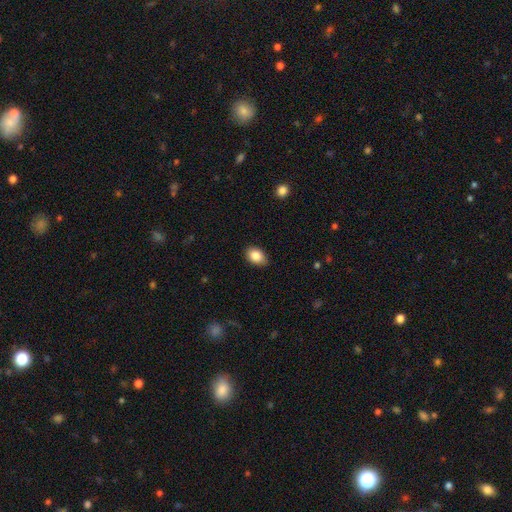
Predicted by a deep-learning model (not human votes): Smooth or featured? smooth (86%)
How rounded? in between (82%)
Merging? none (85%)